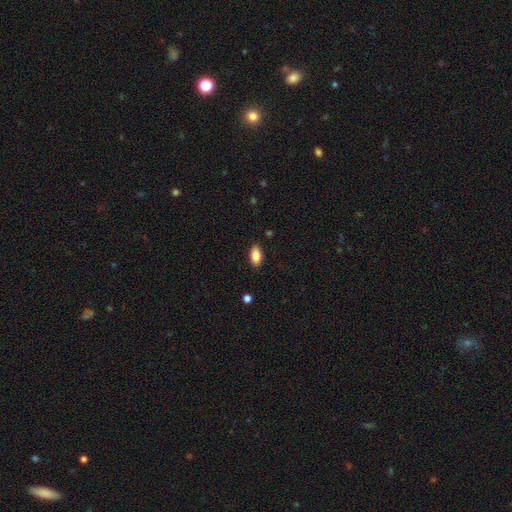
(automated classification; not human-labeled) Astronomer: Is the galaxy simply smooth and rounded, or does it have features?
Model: smooth — 84%.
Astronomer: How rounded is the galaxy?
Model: in between — 91%.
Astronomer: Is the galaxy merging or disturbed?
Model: none — 88%.